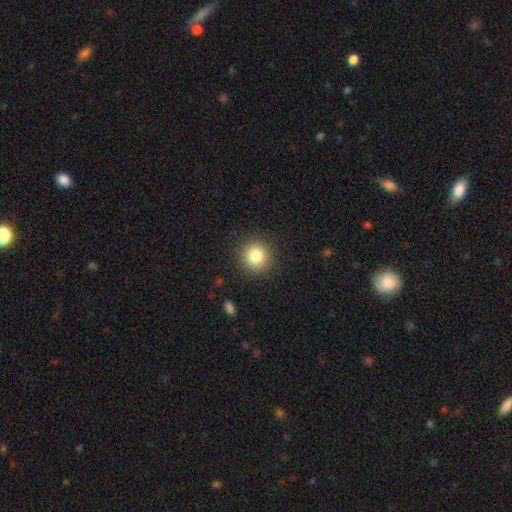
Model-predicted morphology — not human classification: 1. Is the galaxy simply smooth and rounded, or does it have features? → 83% smooth, 10% star or artifact, 7% featured or disk.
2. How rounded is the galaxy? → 93% round, 6% in between, 1% cigar-shaped.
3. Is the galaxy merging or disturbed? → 90% none, 7% minor disturbance, 2% major disturbance, 1% merger.